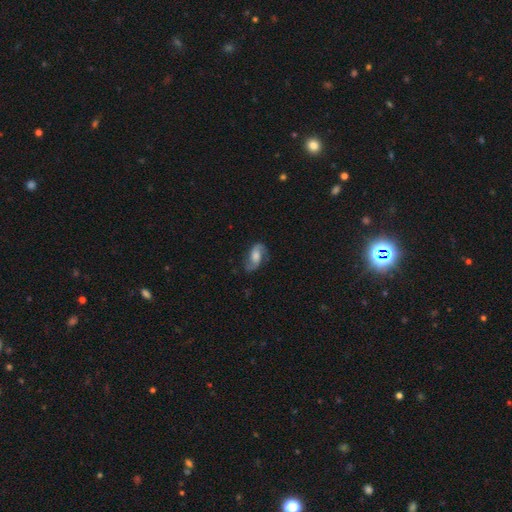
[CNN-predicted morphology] type=featured or disk (72%); edge-on=no (96%); bar=no (52%); spiral arms=yes (94%); winding=medium (42%, tied with loose); arm count=2 (90%); bulge=moderate (43%); merging=none (72%).